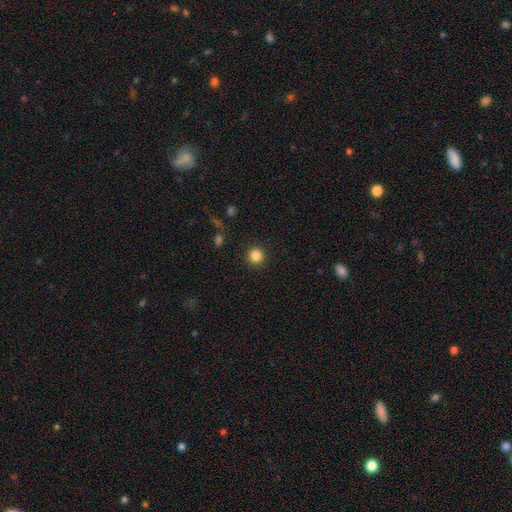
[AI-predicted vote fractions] Overall: smooth (85%). How rounded: round (95%). Merging: none (92%).